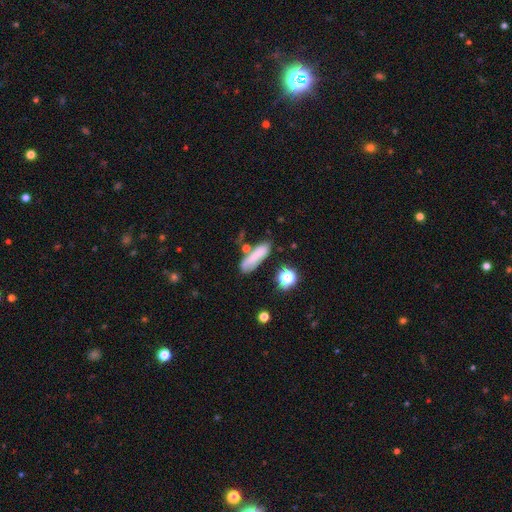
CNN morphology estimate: Smooth or featured?
  - smooth: 70% *
  - featured or disk: 18%
  - star or artifact: 12%
How rounded?
  - cigar-shaped: 53% *
  - in between: 43%
  - round: 5%
Merging?
  - none: 57% *
  - minor disturbance: 22%
  - merger: 12%
  - major disturbance: 9%